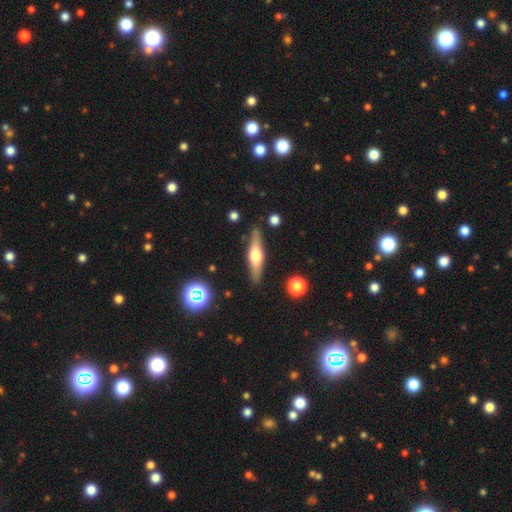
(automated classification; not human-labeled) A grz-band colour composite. It shows a featured or disk galaxy (59%) viewed edge-on (94%) with a rounded central bulge (93%). Merging: none (87%).